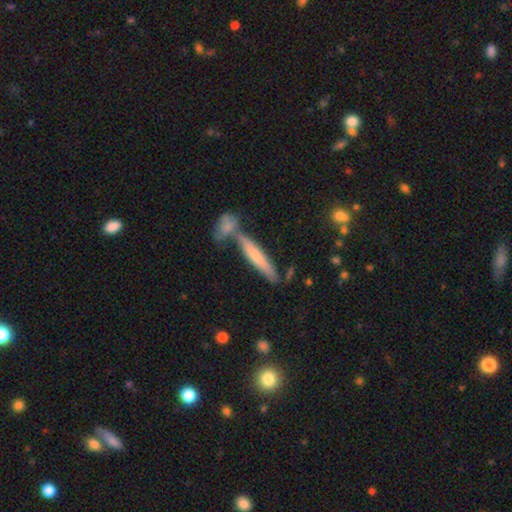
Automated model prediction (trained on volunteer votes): Q: Smooth or featured?
A: smooth (61%); runner-up: featured or disk (32%)
Q: How rounded?
A: cigar-shaped (89%); runner-up: in between (9%)
Q: Merging?
A: none (64%); runner-up: merger (21%)